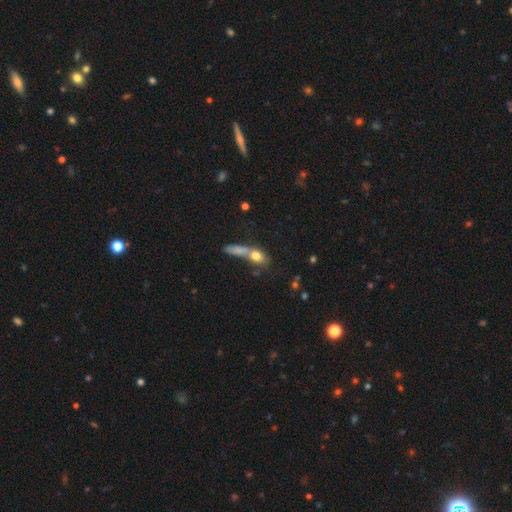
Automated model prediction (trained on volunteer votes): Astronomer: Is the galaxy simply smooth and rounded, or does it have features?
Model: smooth — 73%.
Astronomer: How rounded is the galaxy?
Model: in between — 49% (runner-up: round, 30%).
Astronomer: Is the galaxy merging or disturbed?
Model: merger — 49% (runner-up: none, 32%).